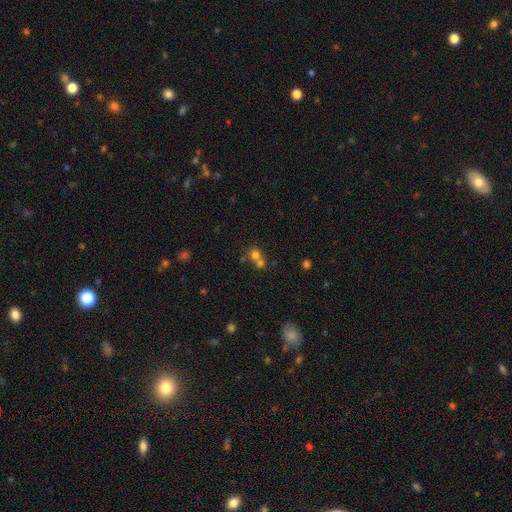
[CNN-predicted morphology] Overall: smooth (69%). How rounded: round (79%). Merging: merger (53%; none 37%).